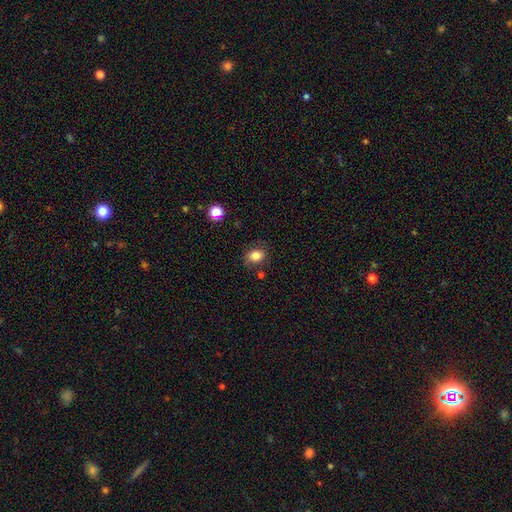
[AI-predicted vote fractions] Smooth or featured?
  - smooth: 82% *
  - star or artifact: 11%
  - featured or disk: 7%
How rounded?
  - in between: 54% *
  - round: 45%
  - cigar-shaped: 1%
Merging?
  - none: 76% *
  - minor disturbance: 16%
  - major disturbance: 4%
  - merger: 3%